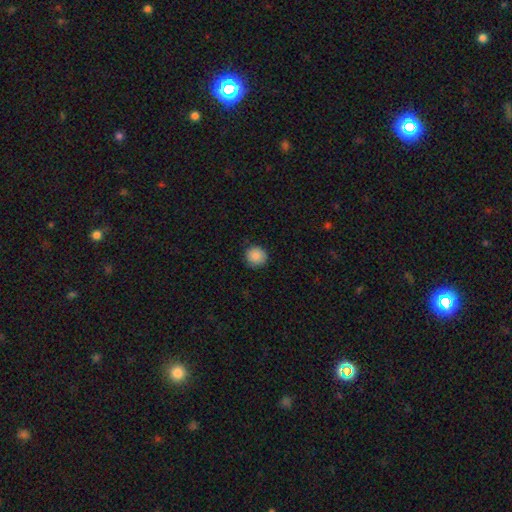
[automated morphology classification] A smooth galaxy with no disk features (88%) that is round (92%). Merging: none (89%).